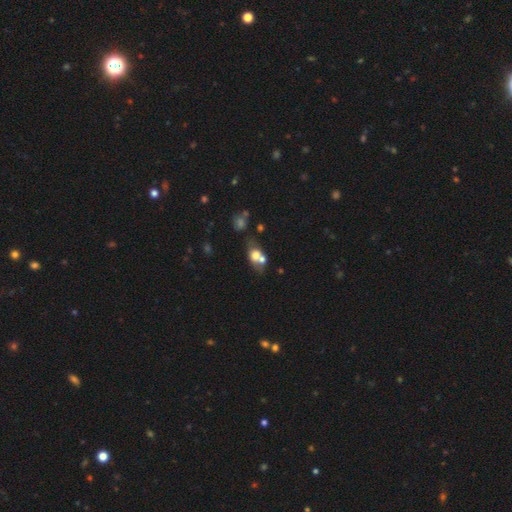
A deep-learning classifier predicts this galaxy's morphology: type=smooth (64%); roundness=in between (60%); merging=merger (49%).